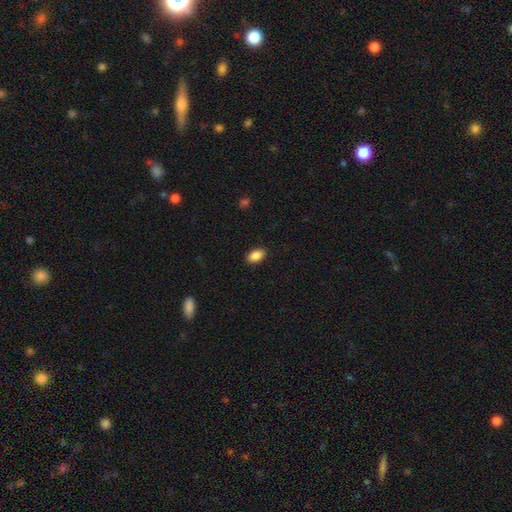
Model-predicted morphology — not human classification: smooth 89%, star or artifact 7%, featured or disk 4%. Down the decision tree: how rounded — in between (92%); merging — none (90%).